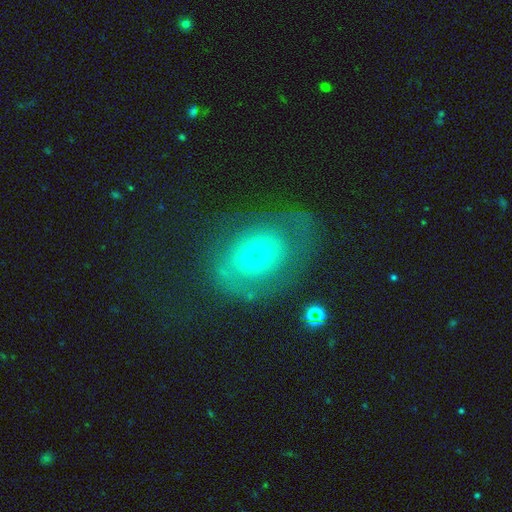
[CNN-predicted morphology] Smooth or featured: smooth — 44% (tied with featured or disk — 44%)
Merging: none — 59% (minor disturbance — 19%)